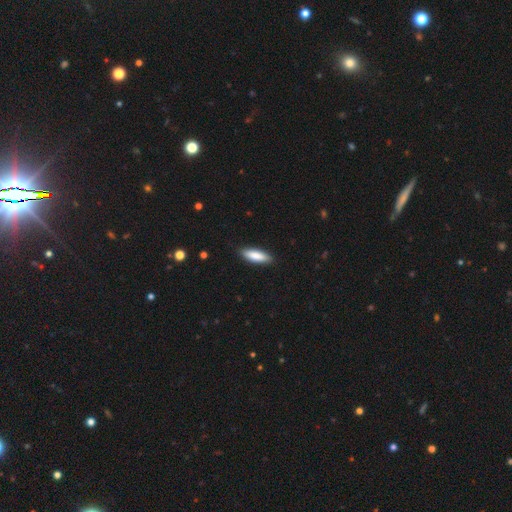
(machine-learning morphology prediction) The model was most divided on "how rounded": in between: 50%, cigar-shaped: 49%, round: 2%. More confident: merging — none (89%); smooth or featured — smooth (84%).